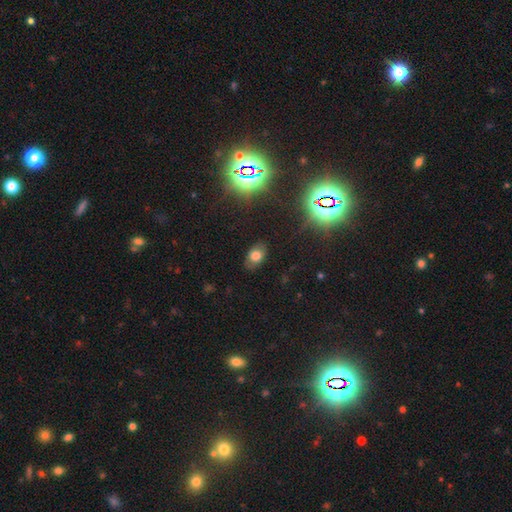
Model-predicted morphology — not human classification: A smooth galaxy with no disk features (71%) that is in between round and cigar-shaped (85%). Merging: none (82%).